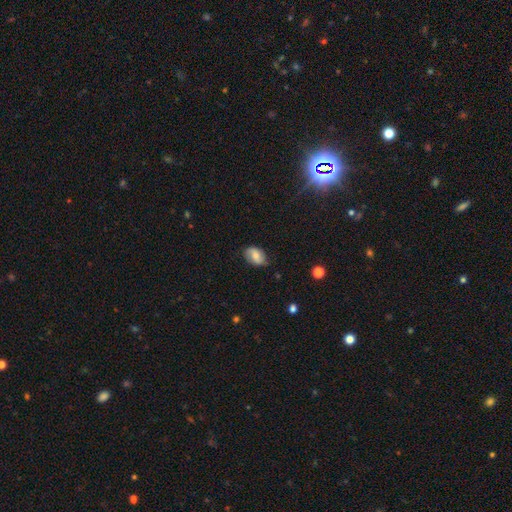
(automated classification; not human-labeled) Q: Smooth or featured?
A: smooth (58%); runner-up: featured or disk (34%)
Q: How rounded?
A: in between (83%); runner-up: round (16%)
Q: Merging?
A: none (75%); runner-up: minor disturbance (19%)